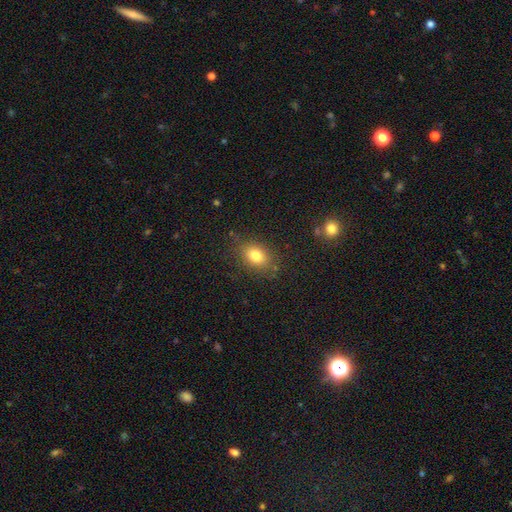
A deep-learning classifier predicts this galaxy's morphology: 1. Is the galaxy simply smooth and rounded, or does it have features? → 80% smooth, 11% star or artifact, 9% featured or disk.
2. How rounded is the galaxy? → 70% in between, 29% round, 1% cigar-shaped.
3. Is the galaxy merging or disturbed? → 81% none, 13% minor disturbance, 4% major disturbance, 2% merger.